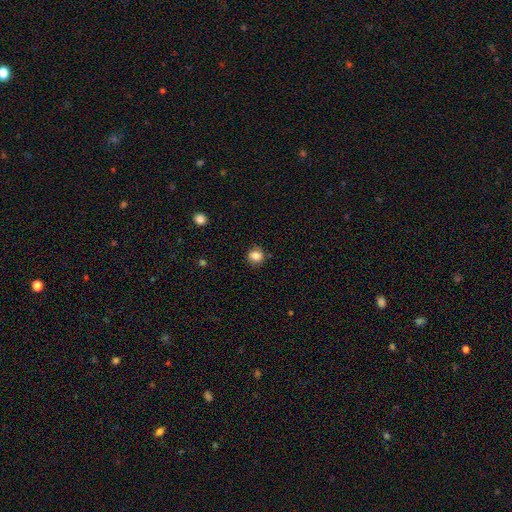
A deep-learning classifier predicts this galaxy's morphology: Smooth or featured: smooth — 81% (star or artifact — 11%)
How rounded: round — 87% (in between — 12%)
Merging: none — 85% (minor disturbance — 11%)